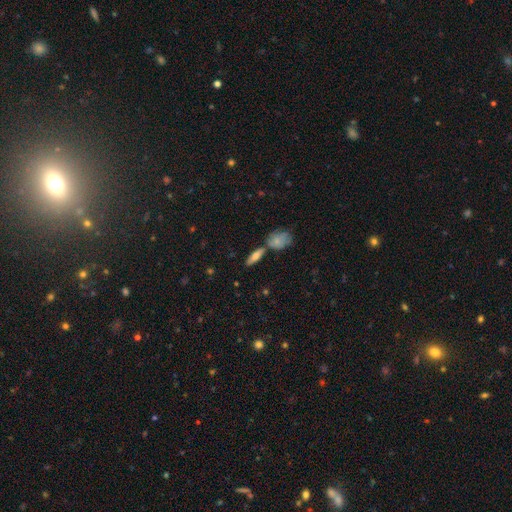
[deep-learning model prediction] Smooth or featured?
  - smooth: 64% *
  - featured or disk: 28%
  - star or artifact: 7%
How rounded?
  - in between: 51% *
  - cigar-shaped: 45%
  - round: 4%
Merging?
  - none: 65% *
  - merger: 20%
  - minor disturbance: 12%
  - major disturbance: 3%